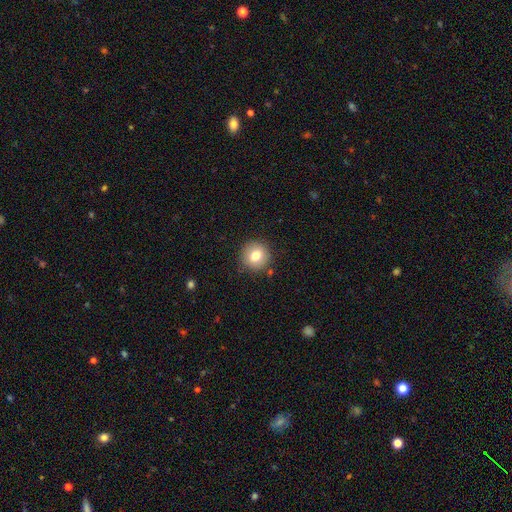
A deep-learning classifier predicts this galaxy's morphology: type=smooth (78%); roundness=round (92%); merging=none (88%).